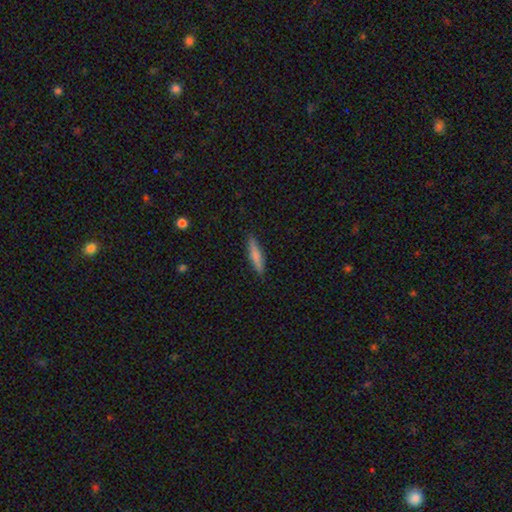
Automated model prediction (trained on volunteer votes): The model was most divided on "smooth or featured": smooth: 74%, featured or disk: 20%, star or artifact: 6%. More confident: merging — none (88%); how rounded — cigar-shaped (83%).